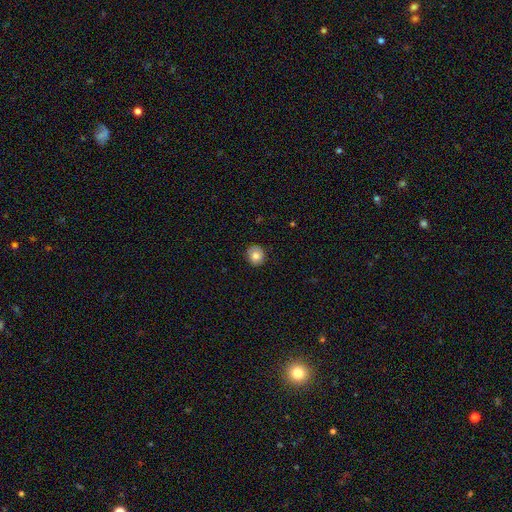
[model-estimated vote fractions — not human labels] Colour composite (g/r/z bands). It shows a smooth galaxy with no disk features (80%) that is round (88%). Merging: none (84%).